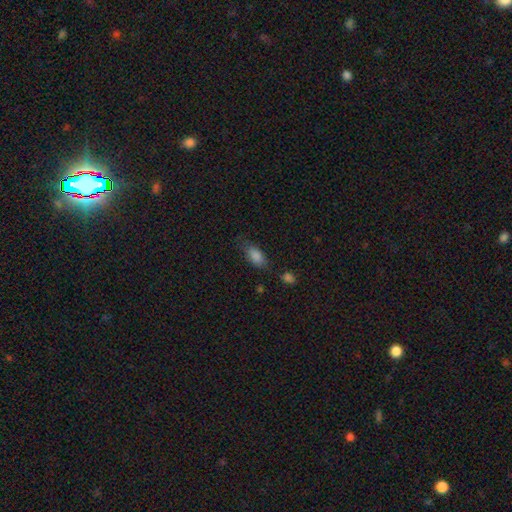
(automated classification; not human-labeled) This appears to be a smooth galaxy with no disk features (84%) that is in between round and cigar-shaped (87%). Merging: none (66%).